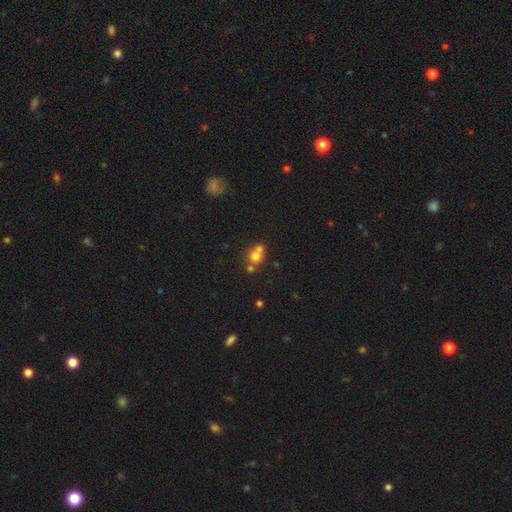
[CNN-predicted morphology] Smooth or featured?
  - smooth: 68% *
  - featured or disk: 17%
  - star or artifact: 15%
How rounded?
  - round: 79% *
  - in between: 19%
  - cigar-shaped: 1%
Merging?
  - merger: 52% *
  - none: 37%
  - minor disturbance: 7%
  - major disturbance: 4%